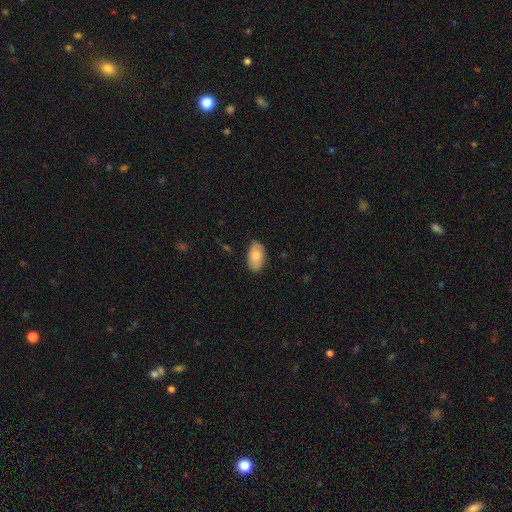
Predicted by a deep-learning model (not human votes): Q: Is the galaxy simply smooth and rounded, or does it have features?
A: smooth — 77%.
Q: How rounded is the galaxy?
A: in between — 94%.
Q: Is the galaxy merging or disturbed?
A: none — 84%.